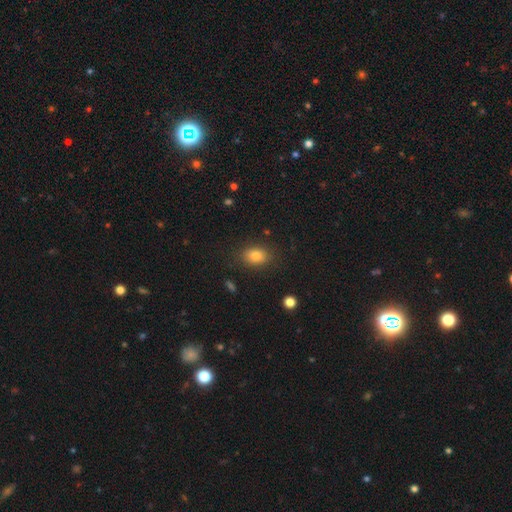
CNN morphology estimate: Smooth or featured? smooth (81%)
How rounded? in between (68%)
Merging? none (85%)